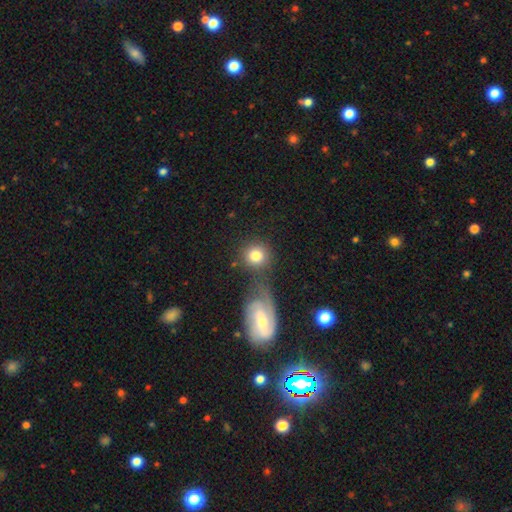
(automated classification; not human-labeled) Smooth or featured? smooth (78%)
How rounded? round (87%)
Merging? none (59%)